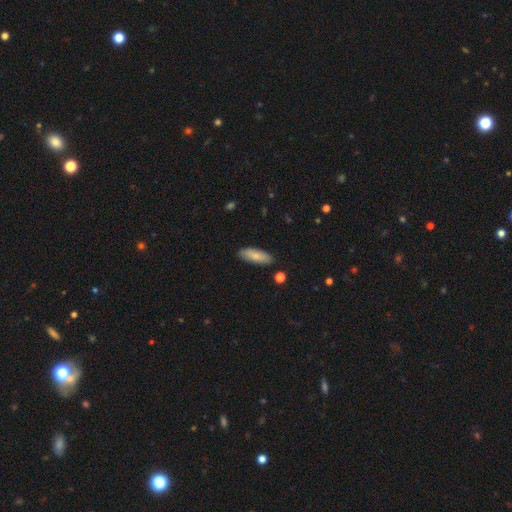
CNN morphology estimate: smooth-or-featured: smooth: 80% | featured or disk: 14% | star or artifact: 6%
  how-rounded: in between: 63% | cigar-shaped: 35% | round: 2%
  merging: none: 86% | minor disturbance: 10% | major disturbance: 2% | merger: 2%